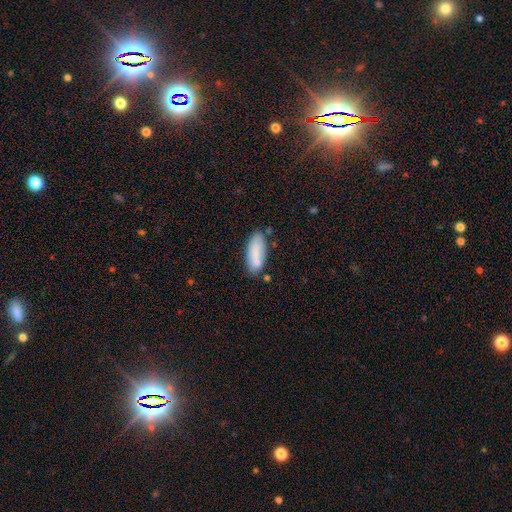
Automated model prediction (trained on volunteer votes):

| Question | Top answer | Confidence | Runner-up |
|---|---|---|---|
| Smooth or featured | smooth | 81% | featured or disk (12%) |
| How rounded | in between | 74% | cigar-shaped (24%) |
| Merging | none | 68% | minor disturbance (19%) |